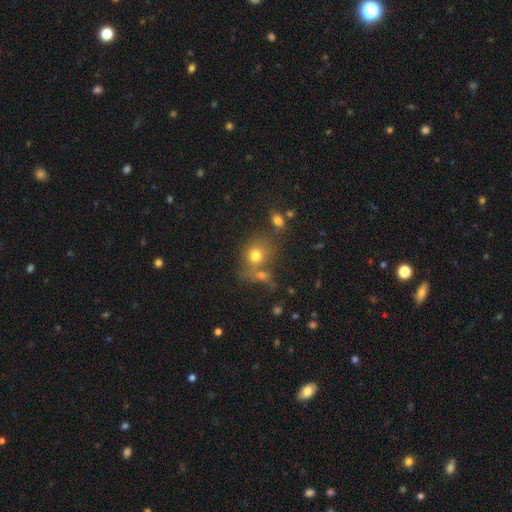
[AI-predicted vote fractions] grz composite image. It shows a smooth galaxy with no disk features (74%) that is round (66%). Merging: none (52%).